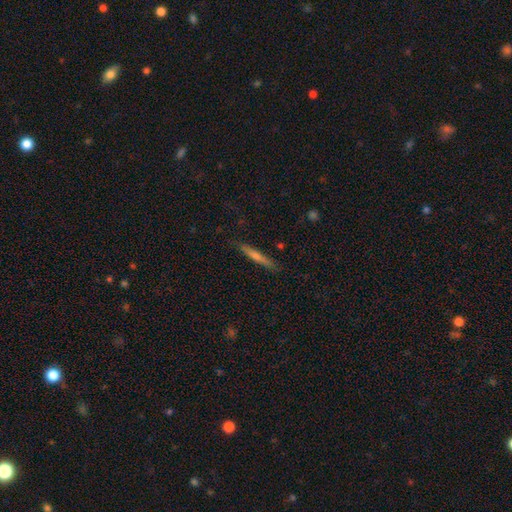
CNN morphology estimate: type=smooth (47%); merging=none (87%).